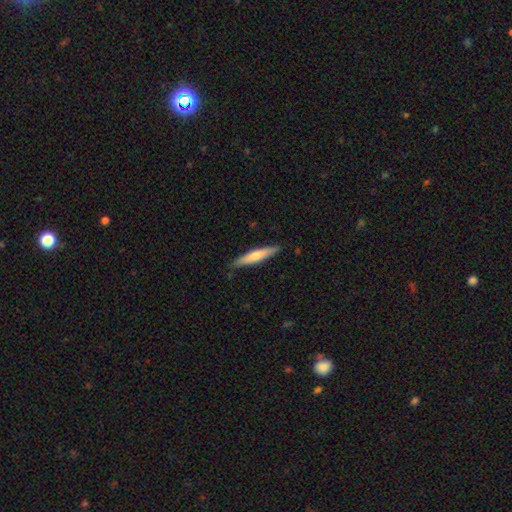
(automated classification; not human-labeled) Overall: smooth (63%; featured or disk 32%). How rounded: cigar-shaped (90%). Merging: none (87%).